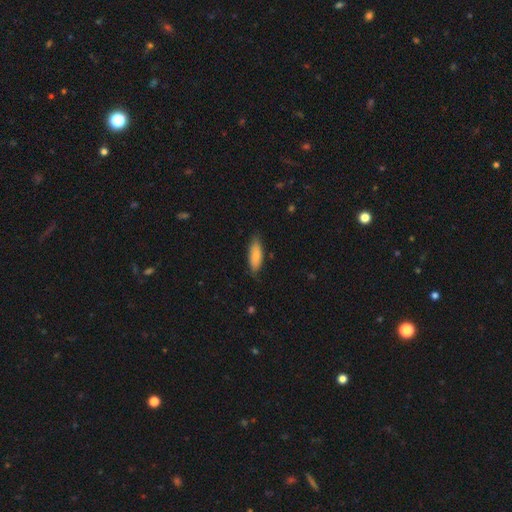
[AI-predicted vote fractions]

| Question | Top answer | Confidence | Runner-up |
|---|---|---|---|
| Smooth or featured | smooth | 82% | featured or disk (12%) |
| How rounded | in between | 70% | cigar-shaped (28%) |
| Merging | none | 76% | minor disturbance (20%) |